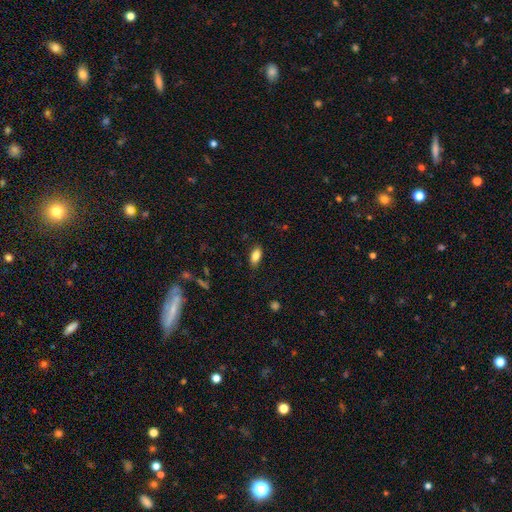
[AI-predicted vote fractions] This appears to be a smooth galaxy with no disk features (85%) that is in between round and cigar-shaped (88%). Merging: none (83%).